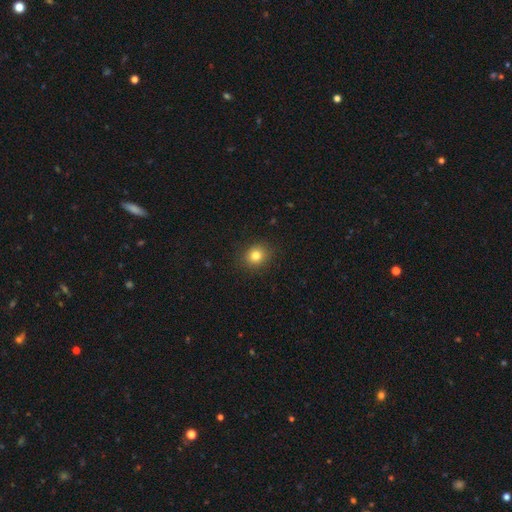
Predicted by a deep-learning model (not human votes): Morphology: type=smooth (81%); roundness=round (75%); merging=none (89%).